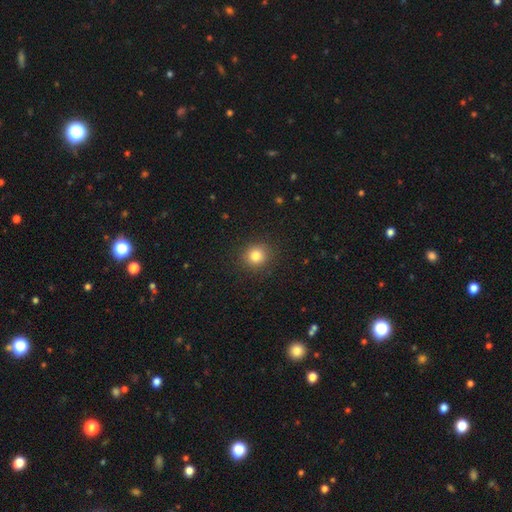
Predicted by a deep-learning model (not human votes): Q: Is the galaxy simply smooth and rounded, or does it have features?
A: smooth — 82%.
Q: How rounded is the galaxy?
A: round — 89%.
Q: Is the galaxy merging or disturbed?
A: none — 90%.